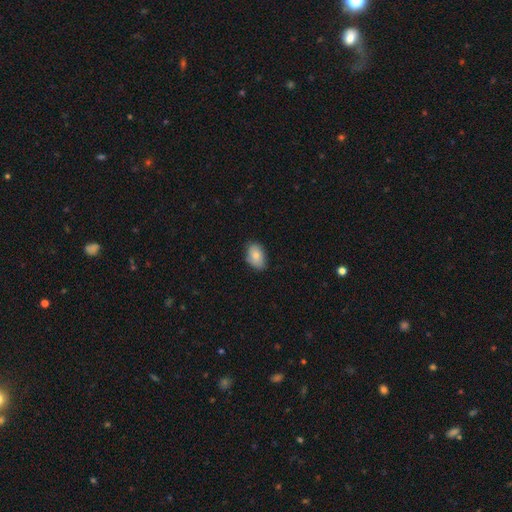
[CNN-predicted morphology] smooth_or_featured: smooth (p=0.79) [alt: featured or disk p=0.14]
how_rounded: in between (p=0.85) [alt: round p=0.14]
merging: none (p=0.75) [alt: minor disturbance p=0.21]